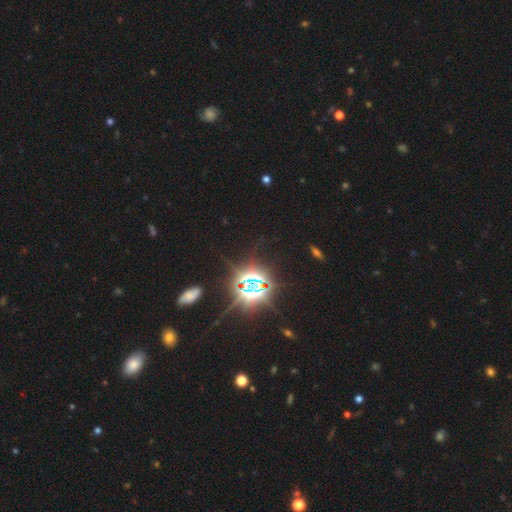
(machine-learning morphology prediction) type=star or artifact (83%).